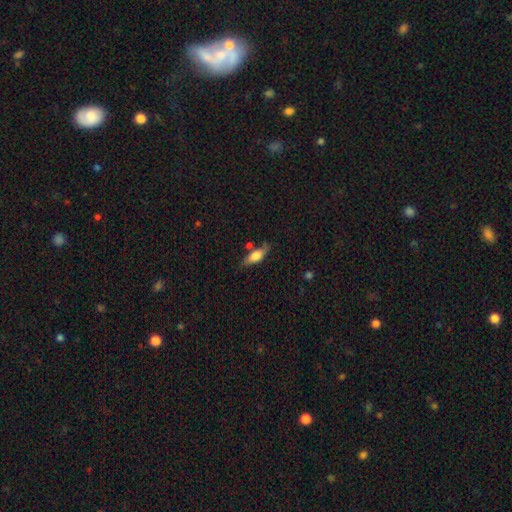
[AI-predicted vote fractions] This appears to be a smooth galaxy with no disk features (66%) that is in between round and cigar-shaped (62%). Merging: none (67%).